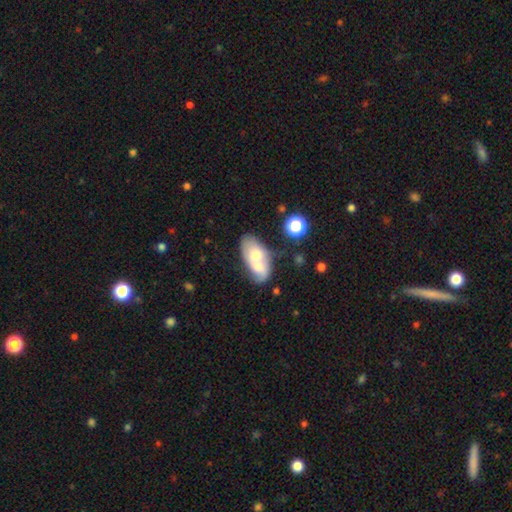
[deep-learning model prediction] Morphology: type=smooth (54%); roundness=in between (84%); merging=merger (66%).